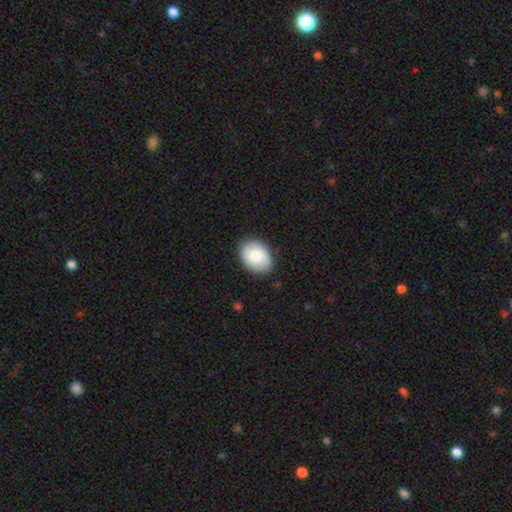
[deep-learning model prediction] The model was most divided on "how rounded": in between: 69%, round: 30%, cigar-shaped: 1%. More confident: smooth or featured — smooth (82%); merging — none (82%).